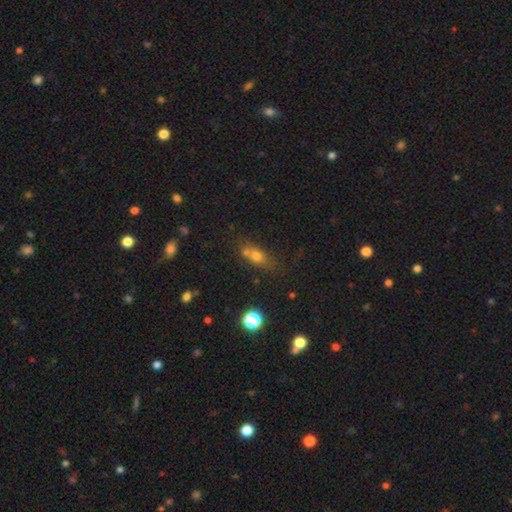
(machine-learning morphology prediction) This appears to be a smooth galaxy with no disk features (64%) that is in between round and cigar-shaped (55%). Merging: none (49%).